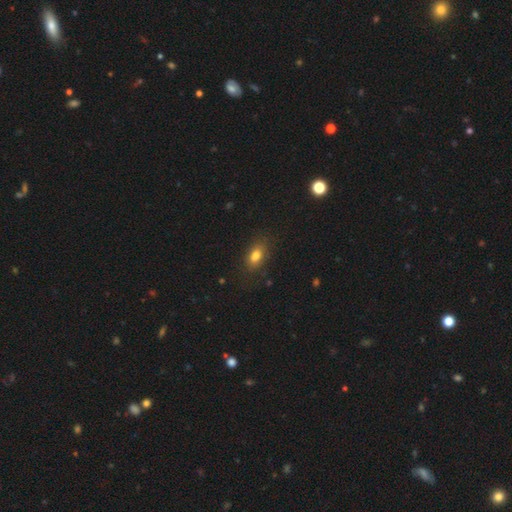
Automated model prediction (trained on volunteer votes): smooth-or-featured: smooth: 80% | star or artifact: 10% | featured or disk: 10%
  how-rounded: in between: 85% | round: 9% | cigar-shaped: 6%
  merging: none: 79% | minor disturbance: 15% | major disturbance: 5% | merger: 2%